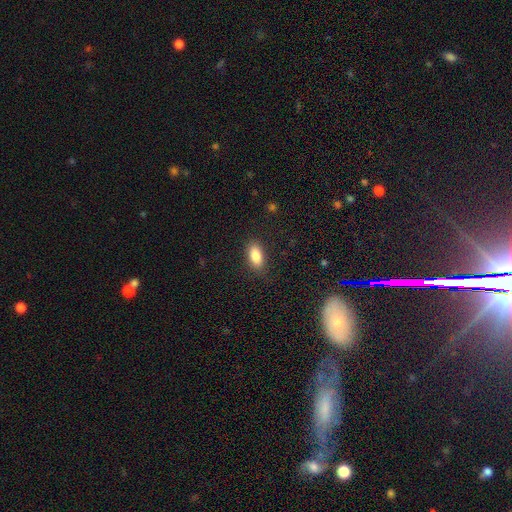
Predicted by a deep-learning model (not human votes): Morphology: type=smooth (86%); roundness=in between (88%); merging=none (86%).